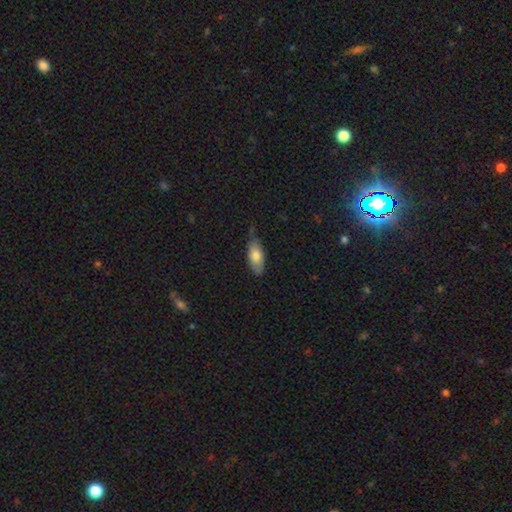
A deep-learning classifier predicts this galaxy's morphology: A smooth galaxy with no disk features (76%) that is in between round and cigar-shaped (85%).

Vote fractions:
- Smooth or featured? smooth: 76% / featured or disk: 17% / star or artifact: 6%
- How rounded? in between: 85% / cigar-shaped: 12% / round: 3%
- Merging? none: 68% / minor disturbance: 25% / major disturbance: 4% / merger: 2%